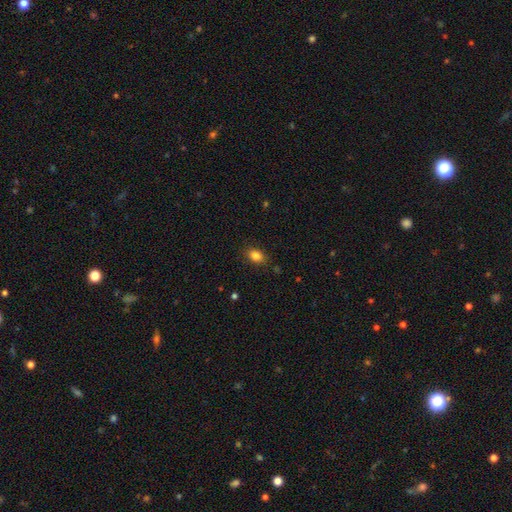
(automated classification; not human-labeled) smooth-or-featured: smooth: 85% | star or artifact: 10% | featured or disk: 5%
  how-rounded: in between: 79% | round: 20% | cigar-shaped: 2%
  merging: none: 86% | minor disturbance: 10% | major disturbance: 3% | merger: 1%